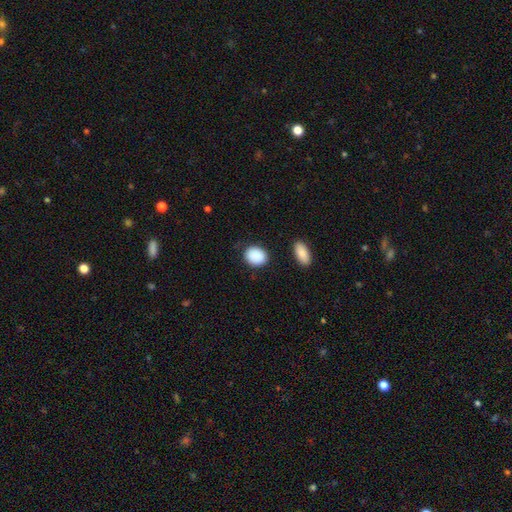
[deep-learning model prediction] A smooth galaxy with no disk features (90%) that is in between round and cigar-shaped (52%).

Vote fractions:
- Smooth or featured? smooth: 90% / star or artifact: 7% / featured or disk: 3%
- How rounded? in between: 52% / round: 47% / cigar-shaped: 1%
- Merging? none: 83% / minor disturbance: 11% / major disturbance: 3% / merger: 3%